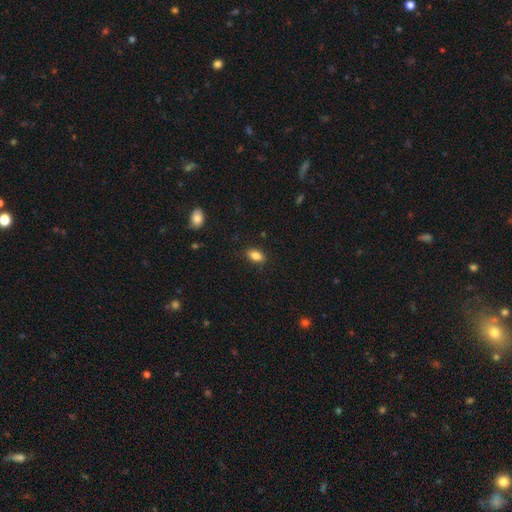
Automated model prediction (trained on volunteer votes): Overall: smooth (84%). How rounded: in between (89%). Merging: none (86%).